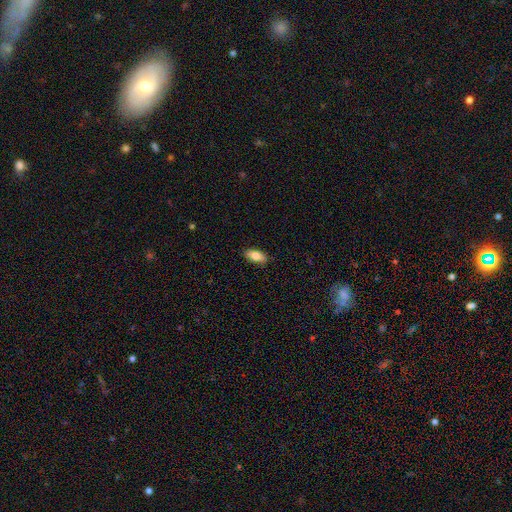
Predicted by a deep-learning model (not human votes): A smooth galaxy with no disk features (80%) that is in between round and cigar-shaped (87%).

Vote fractions:
- Smooth or featured? smooth: 80% / featured or disk: 14% / star or artifact: 7%
- How rounded? in between: 87% / cigar-shaped: 10% / round: 3%
- Merging? none: 88% / minor disturbance: 10% / major disturbance: 2% / merger: 1%